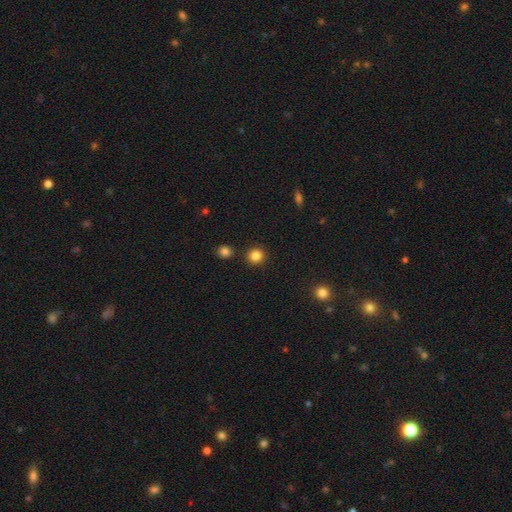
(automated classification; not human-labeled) Overall: smooth (84%). How rounded: round (90%). Merging: none (89%).